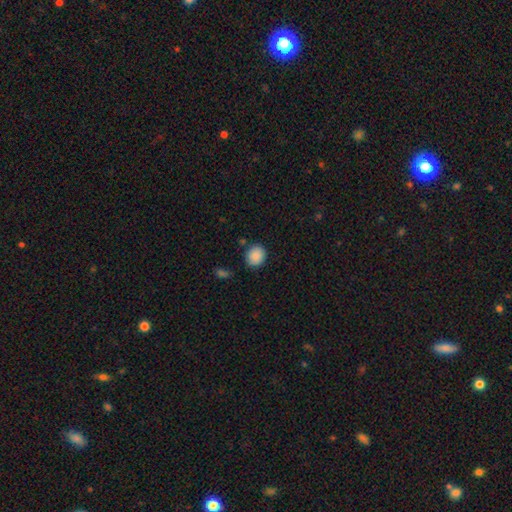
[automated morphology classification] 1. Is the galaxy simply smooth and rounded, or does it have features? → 89% smooth, 8% star or artifact, 3% featured or disk.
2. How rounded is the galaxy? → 70% round, 29% in between, 1% cigar-shaped.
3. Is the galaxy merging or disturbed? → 80% none, 14% minor disturbance, 3% merger, 3% major disturbance.